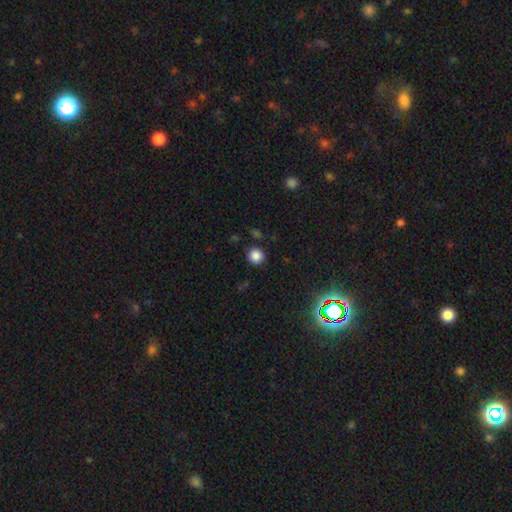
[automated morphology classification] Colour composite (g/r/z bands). It shows a smooth galaxy with no disk features (85%) that is round (93%). Merging: none (89%).